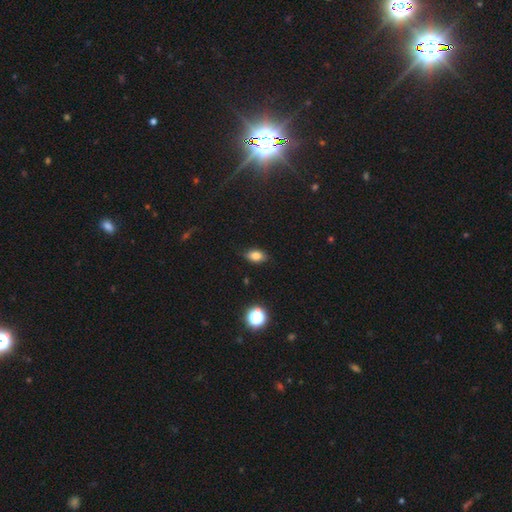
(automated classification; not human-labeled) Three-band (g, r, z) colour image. It shows a smooth galaxy with no disk features (80%) that is in between round and cigar-shaped (86%). Merging: none (85%).